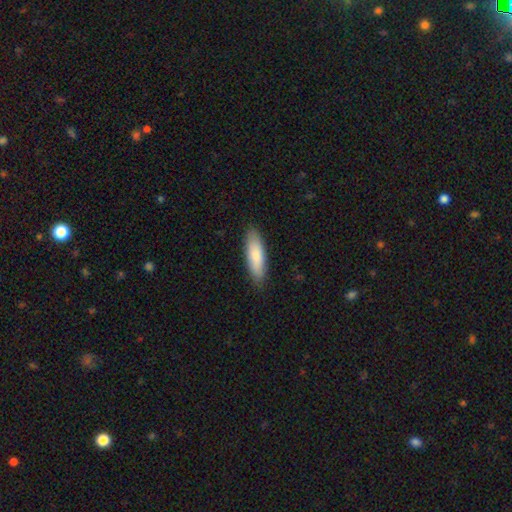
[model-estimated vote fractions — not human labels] A smooth galaxy with no disk features (81%) that is in between round and cigar-shaped (51%).

Vote fractions:
- Smooth or featured? smooth: 81% / featured or disk: 14% / star or artifact: 5%
- How rounded? in between: 51% / cigar-shaped: 47% / round: 2%
- Merging? none: 86% / minor disturbance: 11% / major disturbance: 2% / merger: 1%